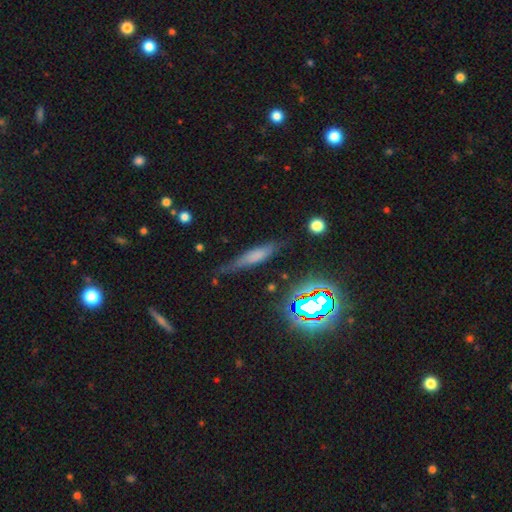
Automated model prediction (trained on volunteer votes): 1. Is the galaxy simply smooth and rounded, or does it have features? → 55% smooth, 29% featured or disk, 15% star or artifact.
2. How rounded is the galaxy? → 75% cigar-shaped, 22% in between, 3% round.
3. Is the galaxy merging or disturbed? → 63% none, 26% minor disturbance, 8% major disturbance, 3% merger.